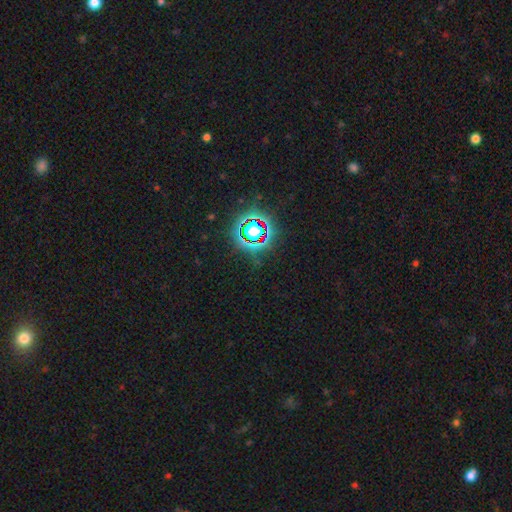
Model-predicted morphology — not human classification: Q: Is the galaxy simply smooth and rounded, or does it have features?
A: star or artifact — 82%.